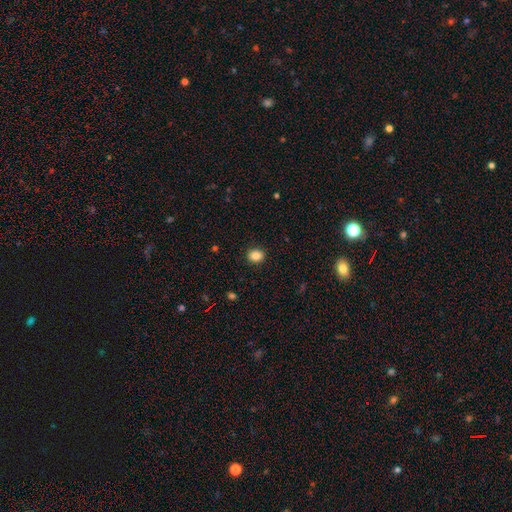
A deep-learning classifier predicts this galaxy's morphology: This appears to be a smooth galaxy with no disk features (87%) that is round (52%). Merging: none (90%).